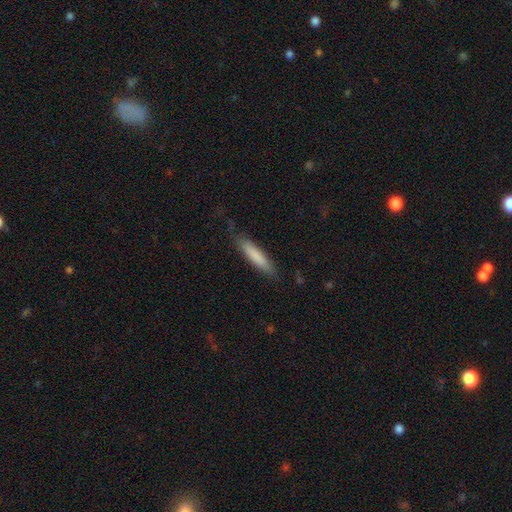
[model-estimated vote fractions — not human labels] A smooth galaxy with no disk features (80%) that is cigar-shaped (86%).

Vote fractions:
- Smooth or featured? smooth: 80% / featured or disk: 14% / star or artifact: 5%
- How rounded? cigar-shaped: 86% / in between: 13% / round: 1%
- Merging? none: 81% / minor disturbance: 14% / major disturbance: 3% / merger: 1%